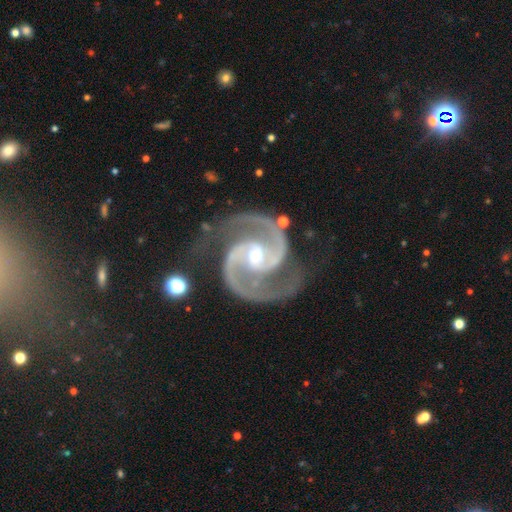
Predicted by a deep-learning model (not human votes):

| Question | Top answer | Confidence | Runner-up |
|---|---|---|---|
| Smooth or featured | featured or disk | 95% | star or artifact (4%) |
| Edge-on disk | no | 98% | yes (2%) |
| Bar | weak | 45% | no (34%) |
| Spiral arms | yes | 99% | no (1%) |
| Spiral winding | medium | 65% | tight (28%) |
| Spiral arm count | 2 | 94% | 3 (2%) |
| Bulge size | moderate | 51% | small (43%) |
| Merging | none | 75% | minor disturbance (17%) |